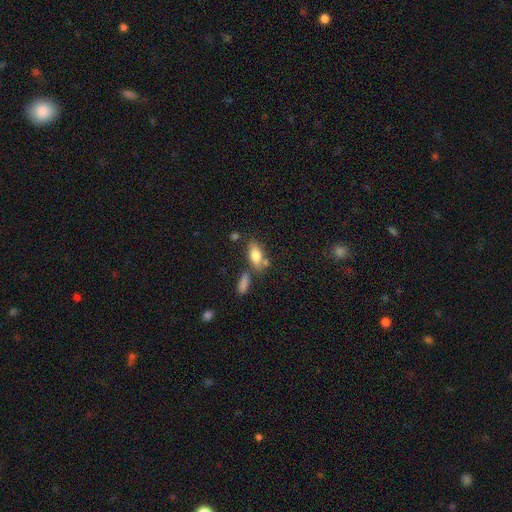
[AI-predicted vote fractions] Morphology: type=smooth (77%); roundness=in between (84%); merging=none (62%).